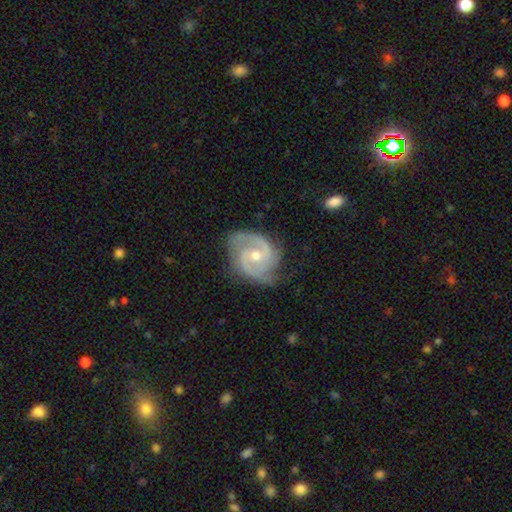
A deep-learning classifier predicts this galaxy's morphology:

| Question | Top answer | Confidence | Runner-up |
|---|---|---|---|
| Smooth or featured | featured or disk | 92% | star or artifact (4%) |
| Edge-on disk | no | 98% | yes (2%) |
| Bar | no | 50% | weak (39%) |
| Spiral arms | yes | 98% | no (2%) |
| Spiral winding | medium | 49% | tight (42%) |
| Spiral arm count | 2 | 81% | 3 (10%) |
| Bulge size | moderate | 57% | small (40%) |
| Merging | none | 75% | minor disturbance (19%) |